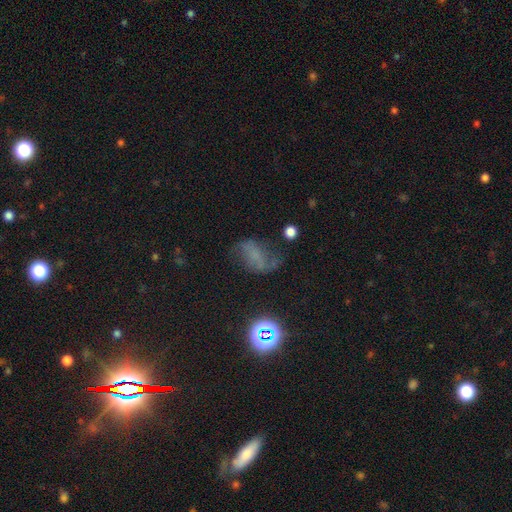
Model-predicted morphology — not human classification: A featured or disk galaxy (42%).

Vote fractions:
- Smooth or featured? featured or disk: 42% / smooth: 33% / star or artifact: 25%
- Merging? none: 45% / major disturbance: 26% / minor disturbance: 25% / merger: 4%